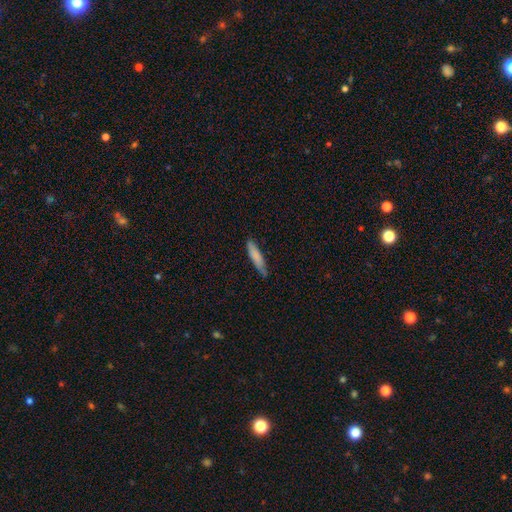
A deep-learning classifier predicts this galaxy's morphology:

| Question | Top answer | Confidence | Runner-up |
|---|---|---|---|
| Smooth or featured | smooth | 79% | featured or disk (15%) |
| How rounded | cigar-shaped | 84% | in between (15%) |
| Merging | none | 71% | minor disturbance (23%) |